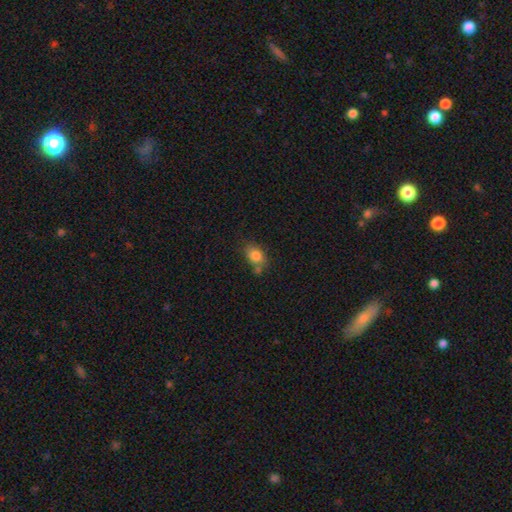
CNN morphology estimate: Q: Smooth or featured?
A: smooth (82%); runner-up: featured or disk (9%)
Q: How rounded?
A: in between (77%); runner-up: round (21%)
Q: Merging?
A: none (58%); runner-up: minor disturbance (20%)